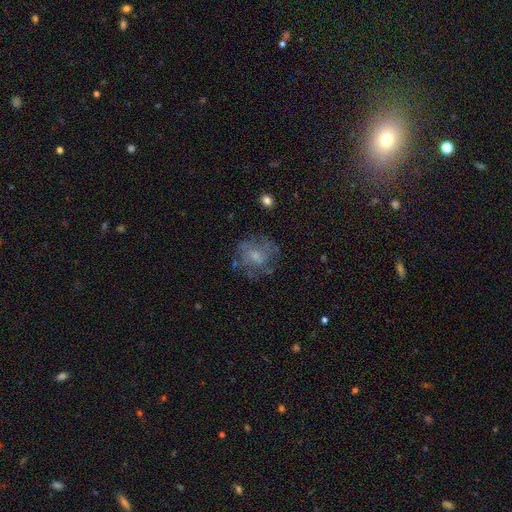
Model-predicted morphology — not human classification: Q: Smooth or featured?
A: featured or disk (51%); runner-up: smooth (37%)
Q: Edge-on disk?
A: no (97%); runner-up: yes (3%)
Q: Merging?
A: none (65%); runner-up: minor disturbance (19%)